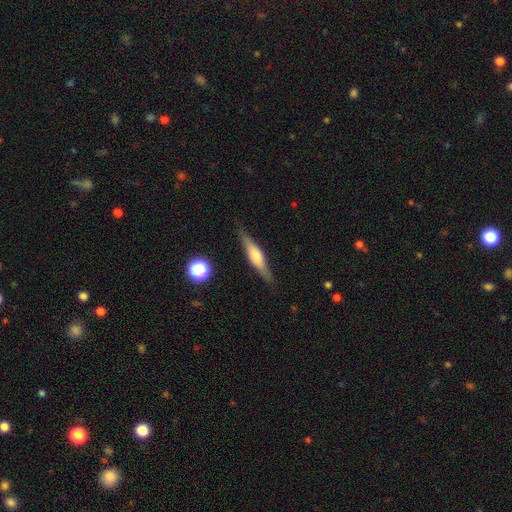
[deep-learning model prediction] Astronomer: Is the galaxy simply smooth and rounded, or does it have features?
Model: featured or disk — 58% (runner-up: smooth, 36%).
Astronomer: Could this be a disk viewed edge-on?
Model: yes — 95%.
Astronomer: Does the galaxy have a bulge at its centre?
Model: rounded — 73%.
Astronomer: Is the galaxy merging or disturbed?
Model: none — 86%.